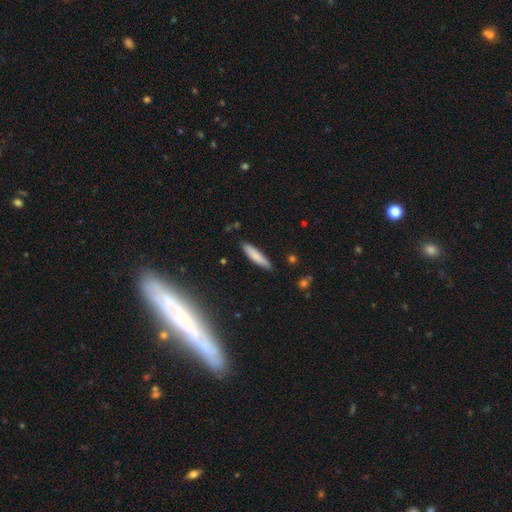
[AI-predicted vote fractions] smooth_or_featured: smooth (p=0.80) [alt: featured or disk p=0.14]
how_rounded: cigar-shaped (p=0.84) [alt: in between p=0.15]
merging: none (p=0.86) [alt: minor disturbance p=0.11]